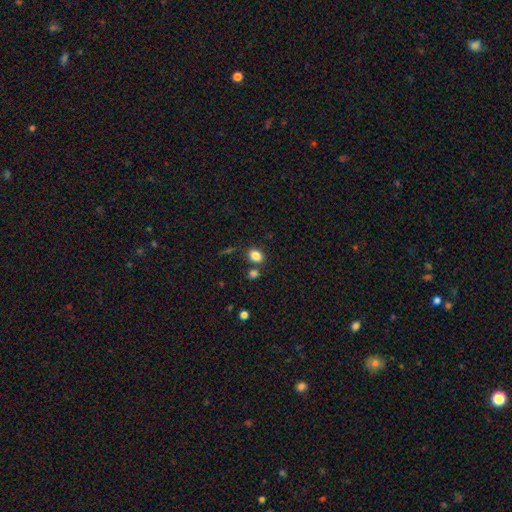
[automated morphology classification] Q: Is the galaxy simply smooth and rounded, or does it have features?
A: smooth — 84%.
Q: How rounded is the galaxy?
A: in between — 63%.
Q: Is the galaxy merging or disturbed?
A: none — 72%.